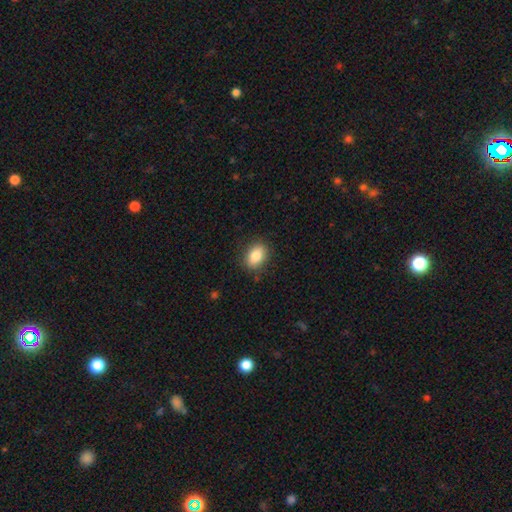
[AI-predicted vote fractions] This is clearly a smooth galaxy (85%). How rounded: clearly in between (82%). Merging: clearly none (86%).